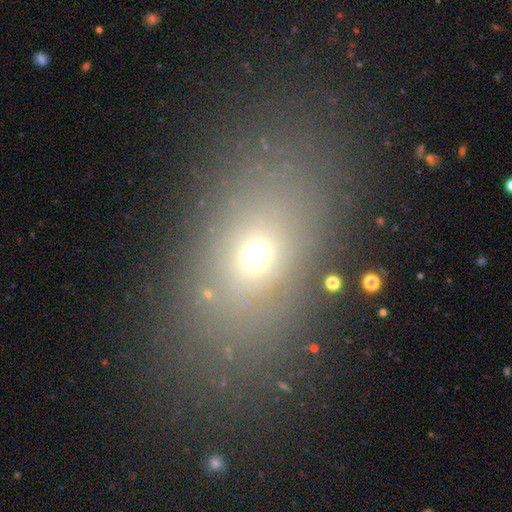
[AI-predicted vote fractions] This is likely a smooth galaxy (62%). How rounded: likely in between (79%). Merging: likely none (79%).